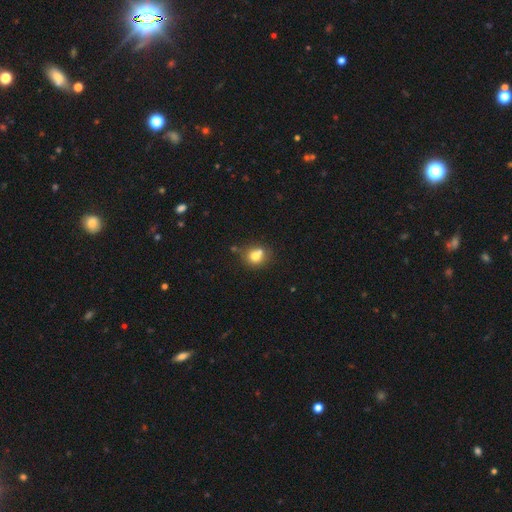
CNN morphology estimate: smooth-or-featured: smooth: 73% | featured or disk: 15% | star or artifact: 12%
  how-rounded: round: 76% | in between: 23% | cigar-shaped: 1%
  merging: none: 47% | merger: 36% | minor disturbance: 13% | major disturbance: 4%